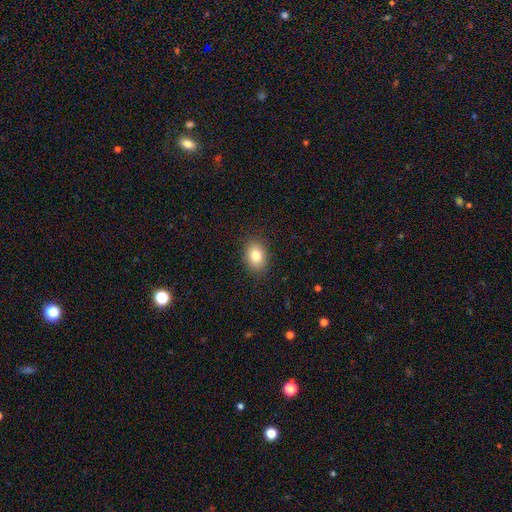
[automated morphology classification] A smooth galaxy with no disk features (81%) that is in between round and cigar-shaped (76%). Merging: none (89%).